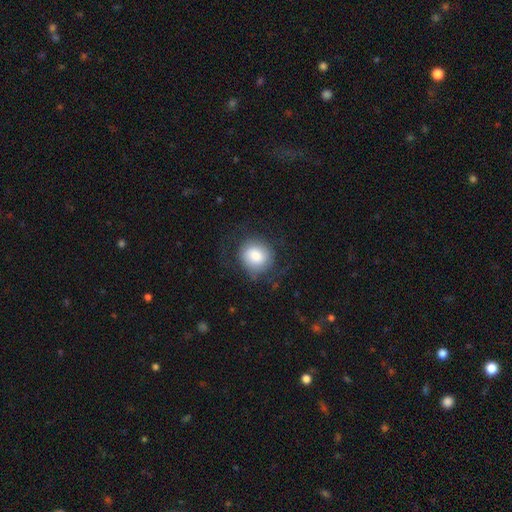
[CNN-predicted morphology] Overall: smooth (68%). How rounded: round (84%). Merging: none (68%).